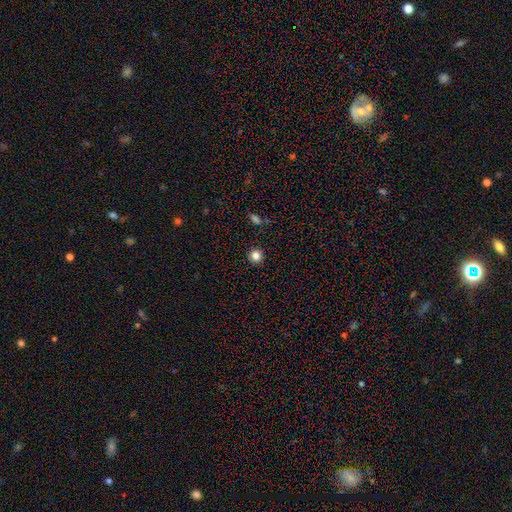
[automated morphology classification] smooth_or_featured: smooth (p=0.83) [alt: star or artifact p=0.13]
how_rounded: round (p=0.94) [alt: in between p=0.05]
merging: none (p=0.92) [alt: minor disturbance p=0.05]